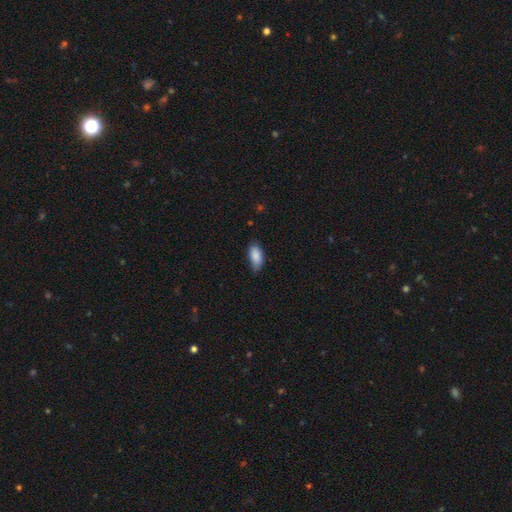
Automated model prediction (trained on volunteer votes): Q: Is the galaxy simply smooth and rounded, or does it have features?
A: smooth — 87%.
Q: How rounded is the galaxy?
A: in between — 90%.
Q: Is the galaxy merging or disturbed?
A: none — 66%.